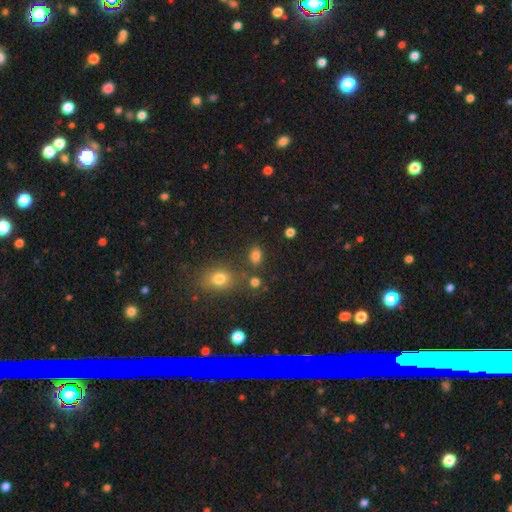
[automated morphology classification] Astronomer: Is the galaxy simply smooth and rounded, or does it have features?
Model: smooth — 81%.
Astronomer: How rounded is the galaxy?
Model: in between — 74%.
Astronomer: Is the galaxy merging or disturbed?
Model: none — 73%.